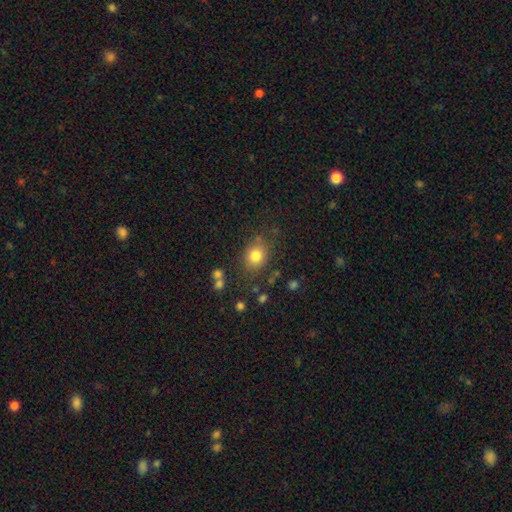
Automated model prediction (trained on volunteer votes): Smooth or featured? smooth (79%)
How rounded? round (61%)
Merging? none (77%)